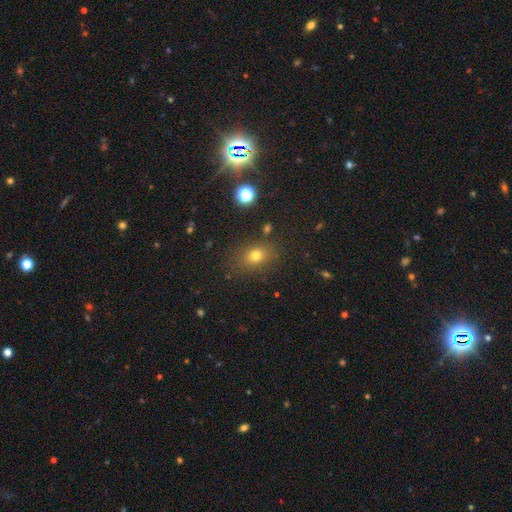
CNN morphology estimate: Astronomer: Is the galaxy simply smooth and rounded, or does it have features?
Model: smooth — 73%.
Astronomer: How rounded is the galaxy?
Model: in between — 55% (runner-up: round, 43%).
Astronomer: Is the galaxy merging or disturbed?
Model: none — 81%.